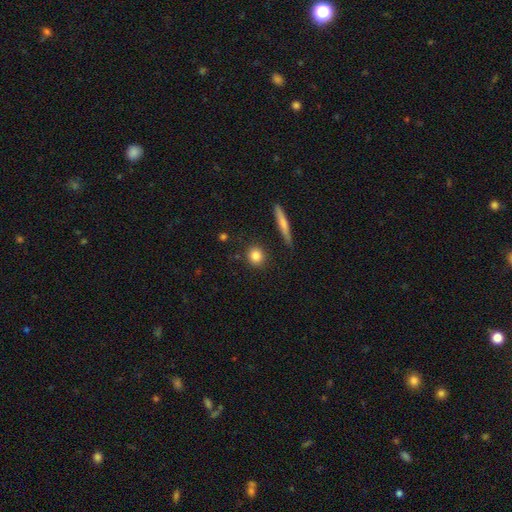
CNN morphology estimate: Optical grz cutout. It shows a smooth galaxy with no disk features (82%) that is round (78%). Merging: none (87%).